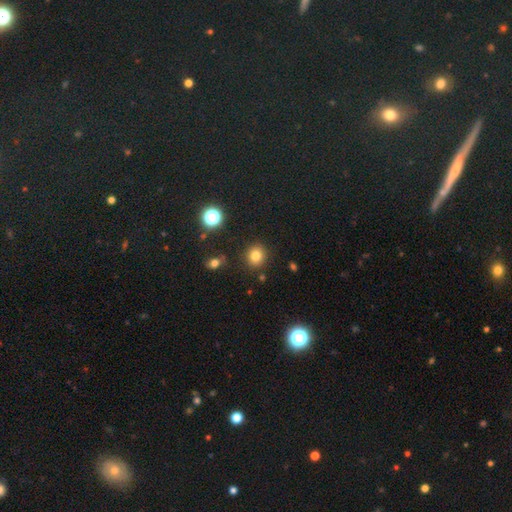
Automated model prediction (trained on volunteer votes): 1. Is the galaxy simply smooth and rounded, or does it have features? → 80% smooth, 14% star or artifact, 7% featured or disk.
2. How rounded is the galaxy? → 85% round, 14% in between, 1% cigar-shaped.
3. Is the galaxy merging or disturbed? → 88% none, 7% minor disturbance, 2% major disturbance, 2% merger.